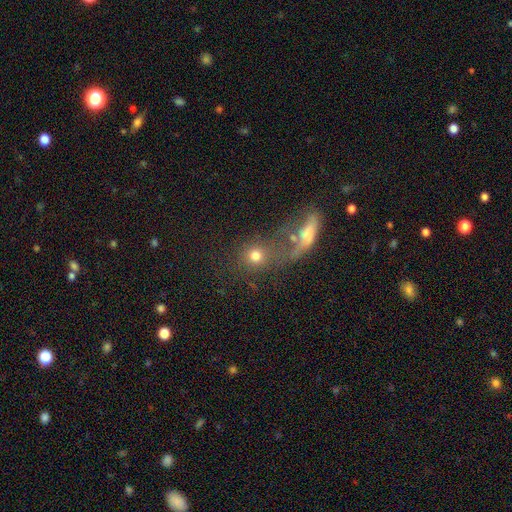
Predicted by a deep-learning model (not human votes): The model was most divided on "merging": merger: 41%, none: 38%, major disturbance: 11%, minor disturbance: 9%. More confident: how rounded — round (78%); smooth or featured — smooth (71%).